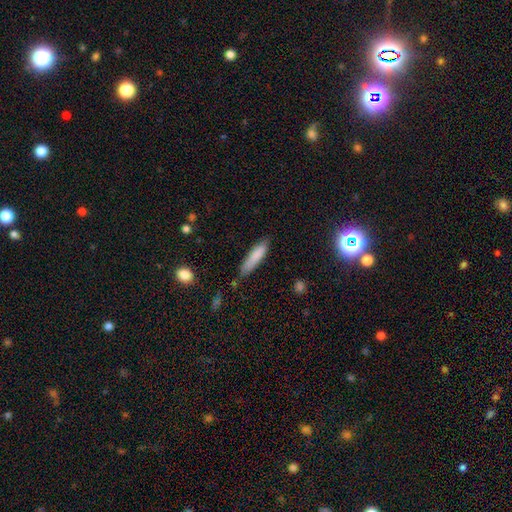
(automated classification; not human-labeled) Smooth or featured: smooth — 83% (featured or disk — 11%)
How rounded: cigar-shaped — 77% (in between — 21%)
Merging: none — 73% (minor disturbance — 21%)